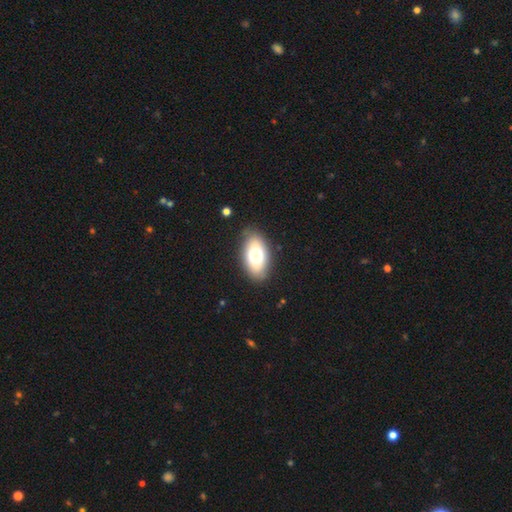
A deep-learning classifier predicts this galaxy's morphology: A smooth galaxy with no disk features (73%) that is in between round and cigar-shaped (91%). Merging: none (83%).